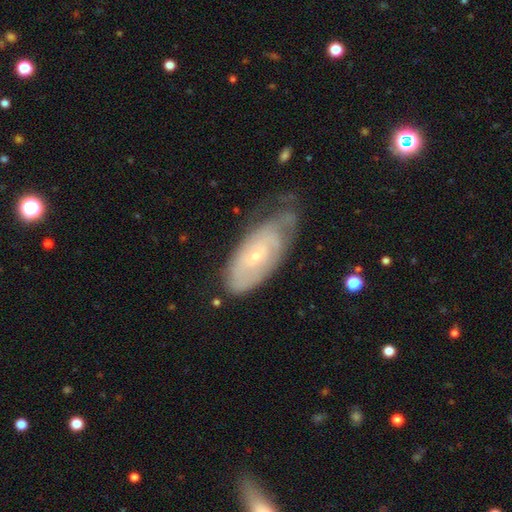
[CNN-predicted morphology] Smooth or featured?
  - featured or disk: 64% *
  - smooth: 29%
  - star or artifact: 7%
Edge-on disk?
  - no: 90% *
  - yes: 10%
Bar?
  - no: 74% *
  - weak: 22%
  - strong: 5%
Spiral arms?
  - yes: 75% *
  - no: 25%
Bulge size?
  - small: 78% *
  - moderate: 18%
  - none: 1%
  - large: 1%
  - dominant: 1%
Merging?
  - none: 43% *
  - minor disturbance: 37%
  - major disturbance: 18%
  - merger: 2%